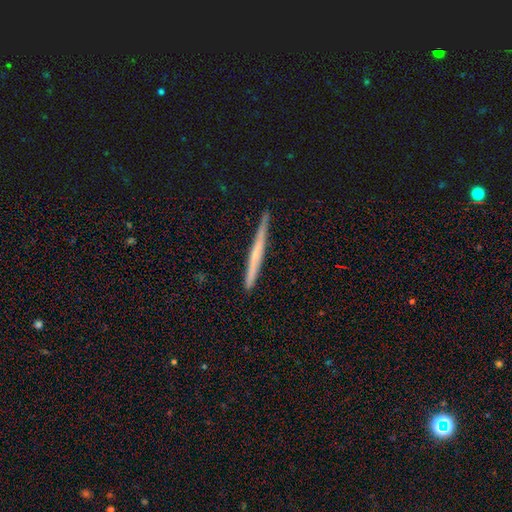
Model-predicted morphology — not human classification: This appears to be a featured or disk galaxy (49%). Merging: none (89%).